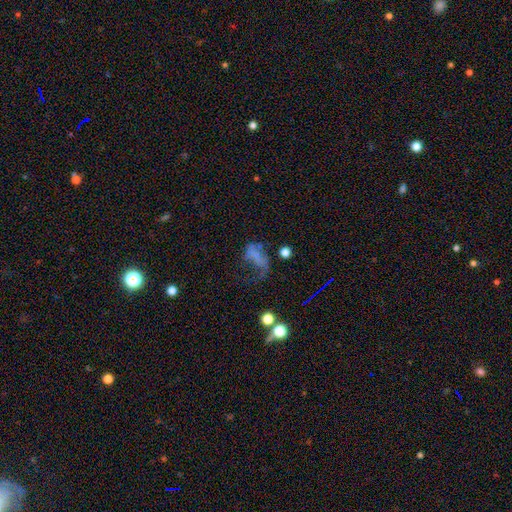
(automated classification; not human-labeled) A smooth galaxy with no disk features (45%).

Vote fractions:
- Smooth or featured? smooth: 45% / featured or disk: 34% / star or artifact: 21%
- Merging? major disturbance: 51% / none: 23% / minor disturbance: 17% / merger: 9%